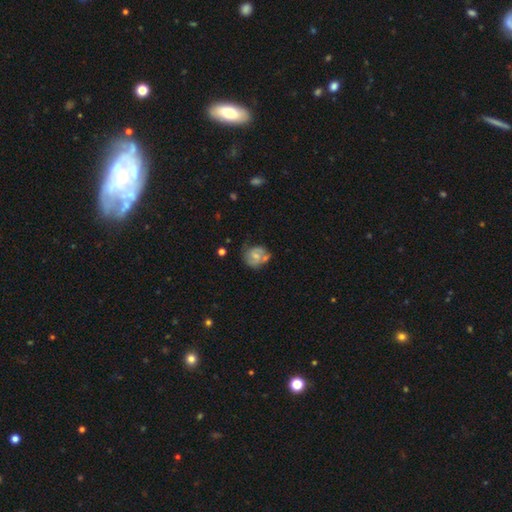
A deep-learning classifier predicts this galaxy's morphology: Smooth or featured? Predicted: featured or disk (p=0.54). Edge-on disk? Predicted: no (p=0.98). Bar? Predicted: no (p=0.63). Spiral arms? Predicted: yes (p=0.72). Bulge size? Predicted: small (p=0.45). Merging? Predicted: none (p=0.50).